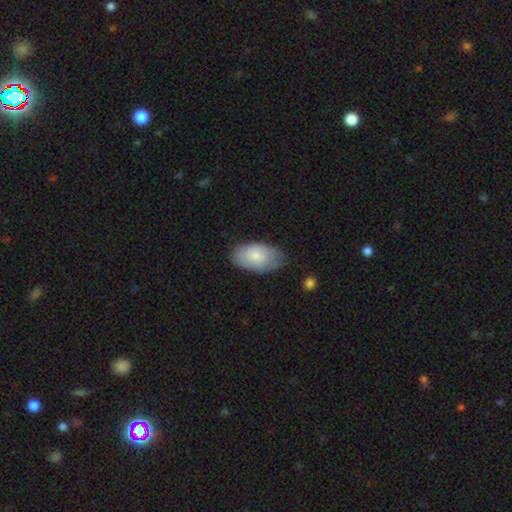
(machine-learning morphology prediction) smooth 76%, featured or disk 18%, star or artifact 6%. Down the decision tree: how rounded — in between (94%); merging — none (68%).